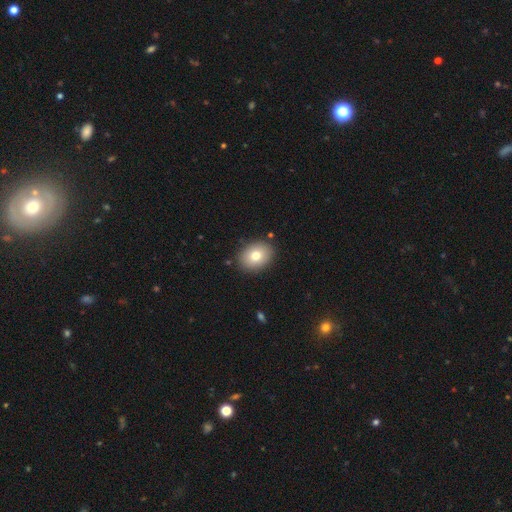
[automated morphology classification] Smooth or featured?
  - smooth: 78% *
  - featured or disk: 13%
  - star or artifact: 9%
How rounded?
  - in between: 67% *
  - round: 32%
  - cigar-shaped: 1%
Merging?
  - none: 88% *
  - minor disturbance: 9%
  - major disturbance: 2%
  - merger: 2%